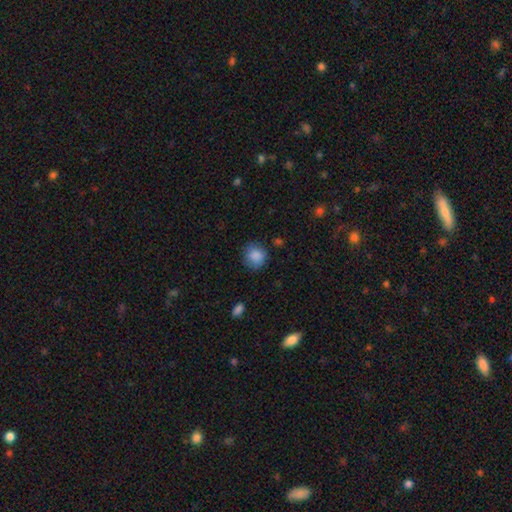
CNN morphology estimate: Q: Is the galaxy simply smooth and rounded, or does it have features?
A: smooth — 87%.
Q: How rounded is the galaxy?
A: round — 86%.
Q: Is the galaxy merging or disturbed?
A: none — 79%.